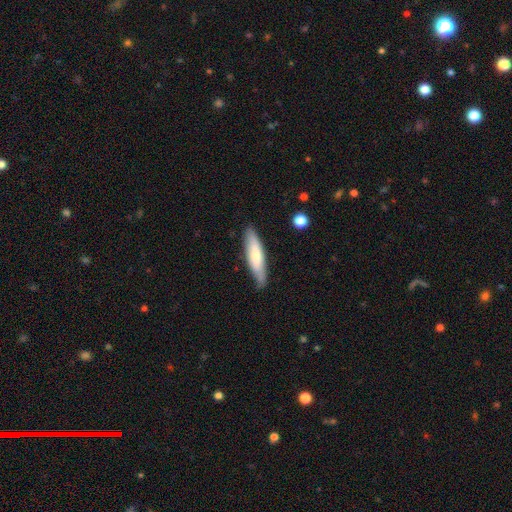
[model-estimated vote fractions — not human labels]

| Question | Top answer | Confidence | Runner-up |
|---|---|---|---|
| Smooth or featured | smooth | 66% | featured or disk (29%) |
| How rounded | cigar-shaped | 75% | in between (24%) |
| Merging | none | 80% | minor disturbance (16%) |